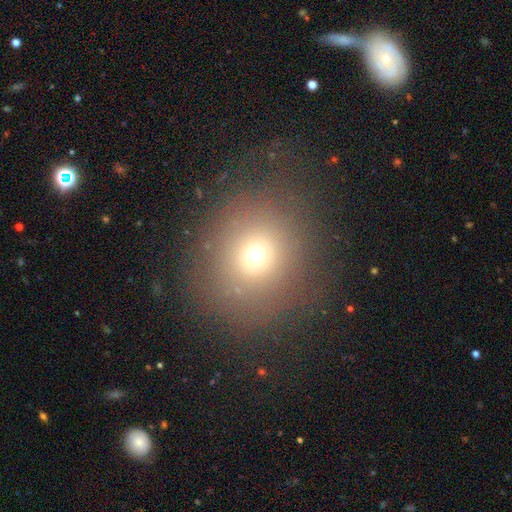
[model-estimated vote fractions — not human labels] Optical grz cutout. It shows a smooth galaxy with no disk features (65%) that is round (85%). Merging: none (80%).